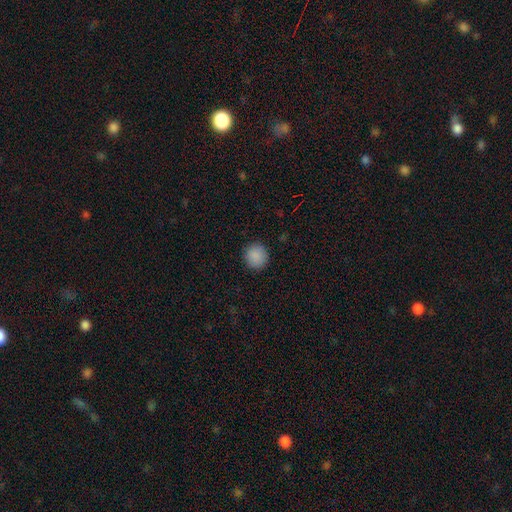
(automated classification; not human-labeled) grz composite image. It shows a smooth galaxy with no disk features (89%) that is round (92%). Merging: none (91%).